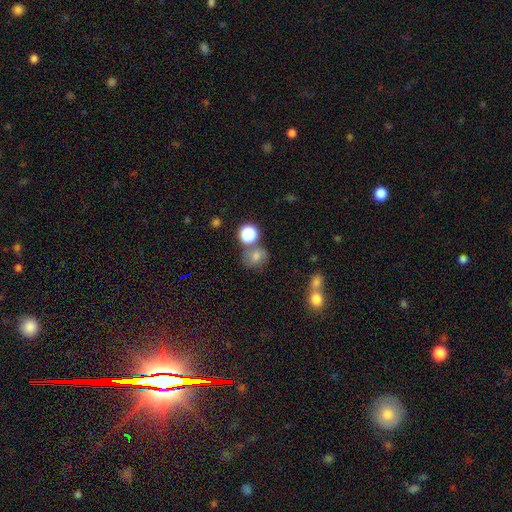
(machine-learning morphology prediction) This is likely a smooth galaxy (68%). How rounded: likely round (66%). Merging: possibly none (60%).